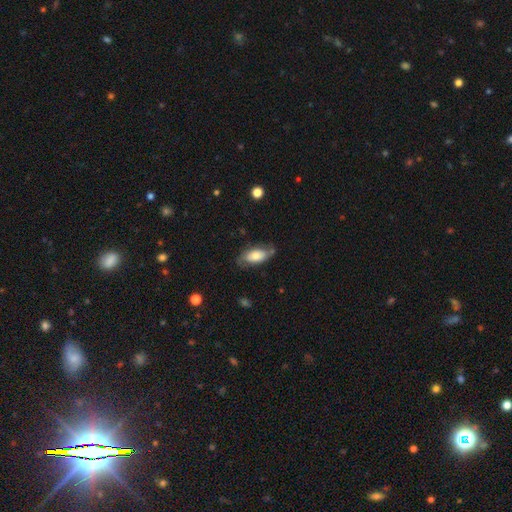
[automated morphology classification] Q: Smooth or featured?
A: smooth (58%); runner-up: featured or disk (36%)
Q: How rounded?
A: in between (89%); runner-up: cigar-shaped (8%)
Q: Merging?
A: none (66%); runner-up: minor disturbance (24%)